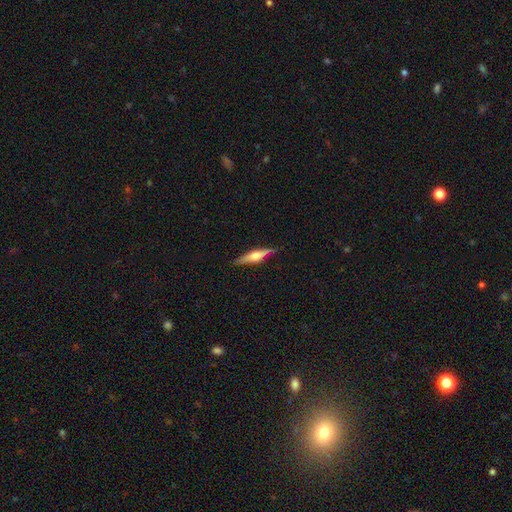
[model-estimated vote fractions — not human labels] A featured or disk galaxy (73%) viewed edge-on (97%) with a rounded central bulge (89%). Merging: none (88%).